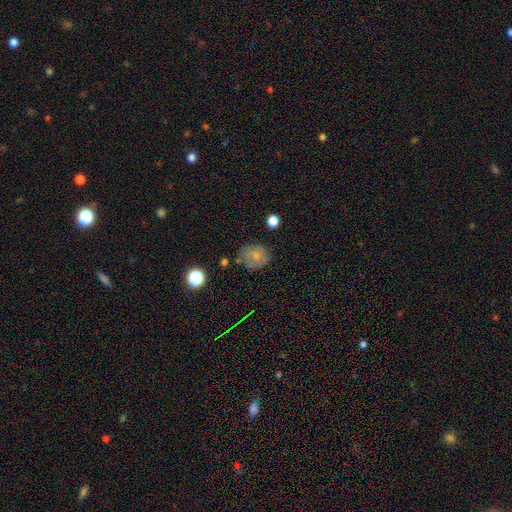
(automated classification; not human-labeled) smooth-or-featured: smooth: 69% | featured or disk: 21% | star or artifact: 10%
  how-rounded: round: 65% | in between: 34% | cigar-shaped: 1%
  merging: none: 66% | minor disturbance: 23% | major disturbance: 7% | merger: 4%